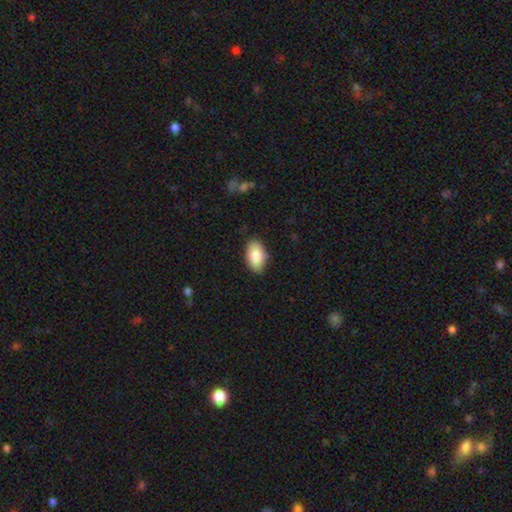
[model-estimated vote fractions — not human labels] A smooth galaxy with no disk features (84%) that is in between round and cigar-shaped (93%). Merging: none (85%).